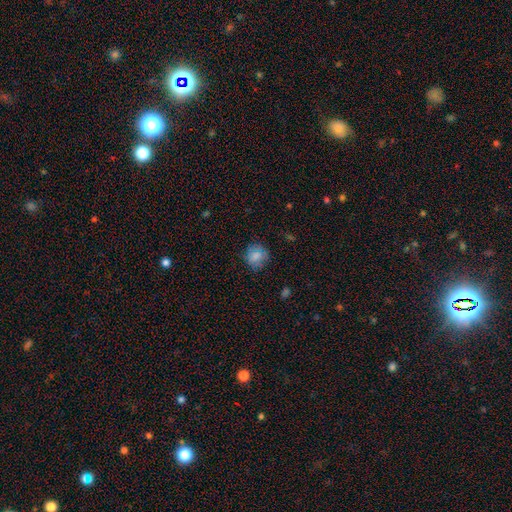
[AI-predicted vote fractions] This is likely a smooth galaxy (79%). How rounded: clearly round (84%). Merging: likely none (77%).